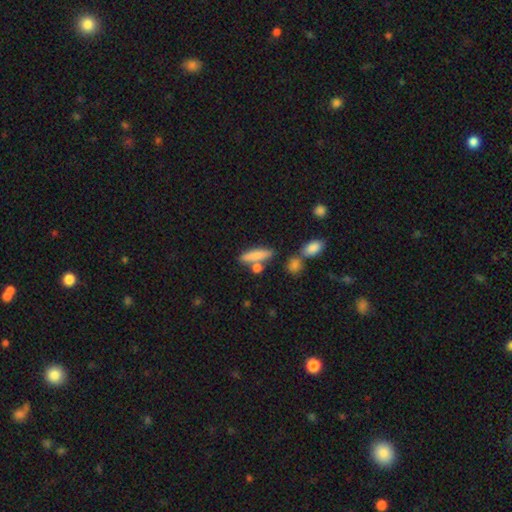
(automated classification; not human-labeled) Smooth or featured? Predicted: smooth (p=0.78). How rounded? Predicted: cigar-shaped (p=0.69). Merging? Predicted: none (p=0.67).